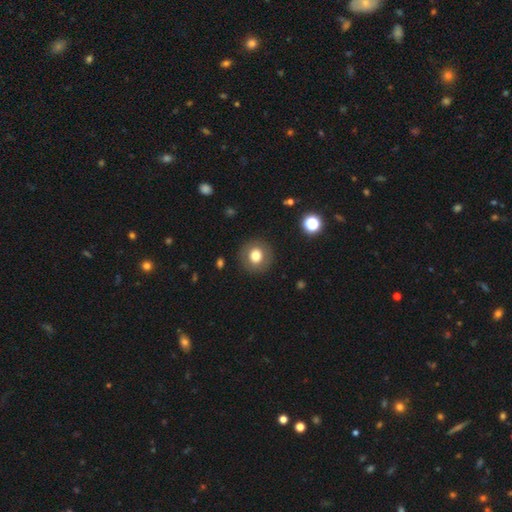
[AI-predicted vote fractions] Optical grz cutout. It shows a smooth galaxy with no disk features (75%) that is round (90%). Merging: none (89%).